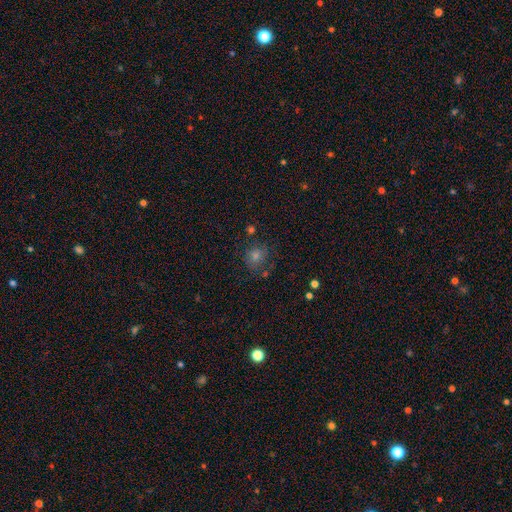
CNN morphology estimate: Smooth or featured: smooth — 54% (star or artifact — 27%)
How rounded: round — 83% (in between — 16%)
Merging: none — 74% (minor disturbance — 15%)